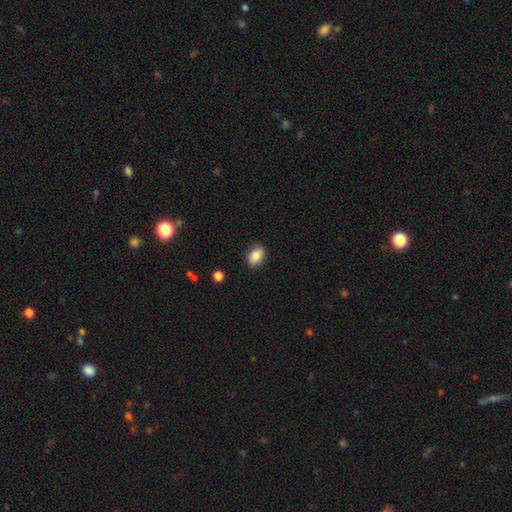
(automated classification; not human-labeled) Overall: smooth (82%). How rounded: in between (83%). Merging: none (85%).